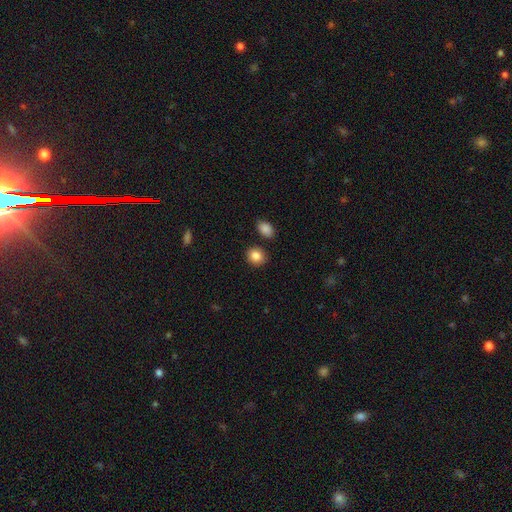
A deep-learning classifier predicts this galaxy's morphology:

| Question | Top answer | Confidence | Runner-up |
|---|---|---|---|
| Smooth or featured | smooth | 87% | star or artifact (9%) |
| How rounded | round | 74% | in between (25%) |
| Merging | none | 85% | minor disturbance (8%) |